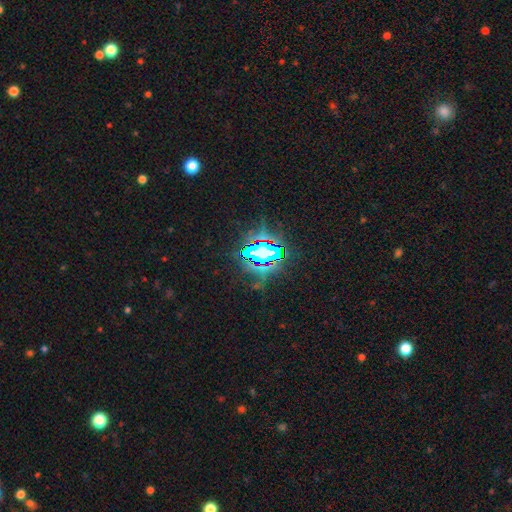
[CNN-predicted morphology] star or artifact 73%, smooth 14%, featured or disk 13%.